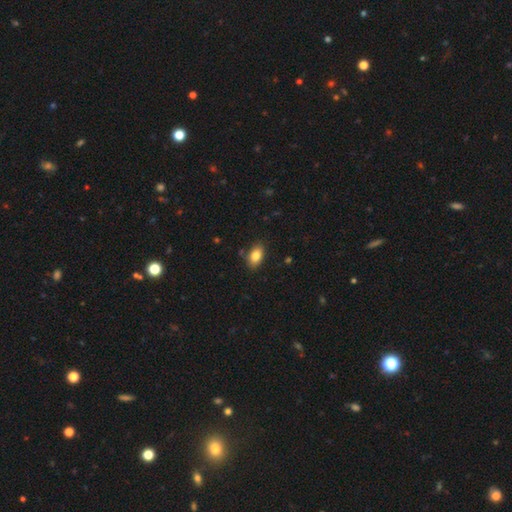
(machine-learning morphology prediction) Q: Smooth or featured?
A: smooth (83%); runner-up: featured or disk (9%)
Q: How rounded?
A: in between (89%); runner-up: round (9%)
Q: Merging?
A: none (84%); runner-up: minor disturbance (12%)